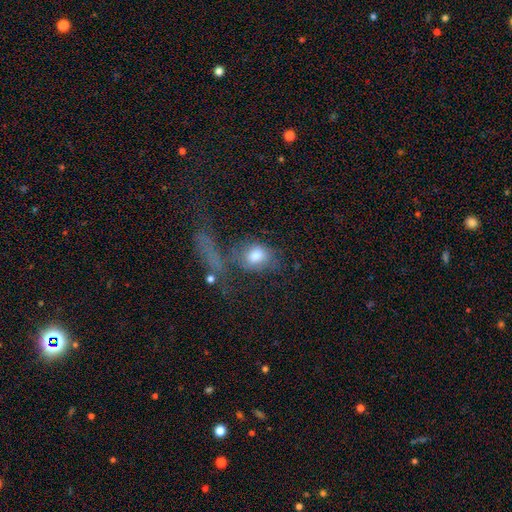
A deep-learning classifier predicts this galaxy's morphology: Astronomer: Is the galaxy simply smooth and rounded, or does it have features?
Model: smooth — 71%.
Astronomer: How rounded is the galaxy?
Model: in between — 60% (runner-up: round, 36%).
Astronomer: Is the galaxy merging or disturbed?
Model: none — 33% (runner-up: major disturbance, 31%).